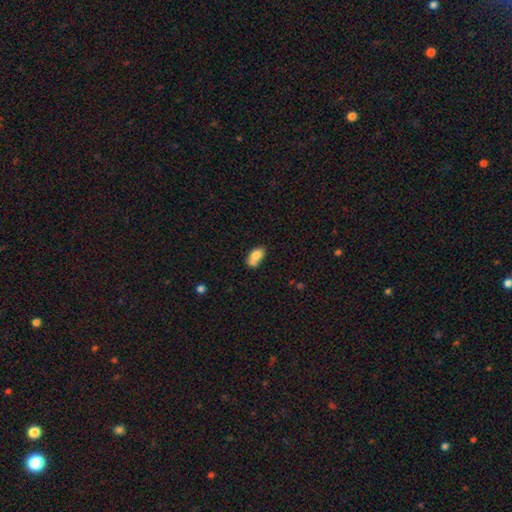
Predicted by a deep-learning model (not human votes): Overall: smooth (77%). How rounded: in between (87%). Merging: none (42%; merger 29%).